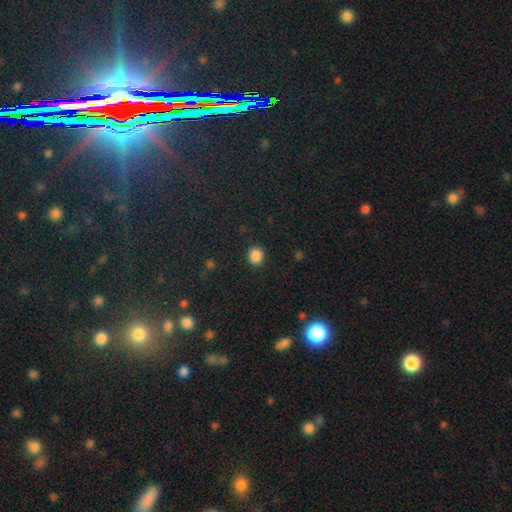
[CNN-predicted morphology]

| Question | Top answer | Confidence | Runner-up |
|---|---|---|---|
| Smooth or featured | smooth | 86% | star or artifact (11%) |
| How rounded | round | 71% | in between (28%) |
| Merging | none | 89% | minor disturbance (7%) |